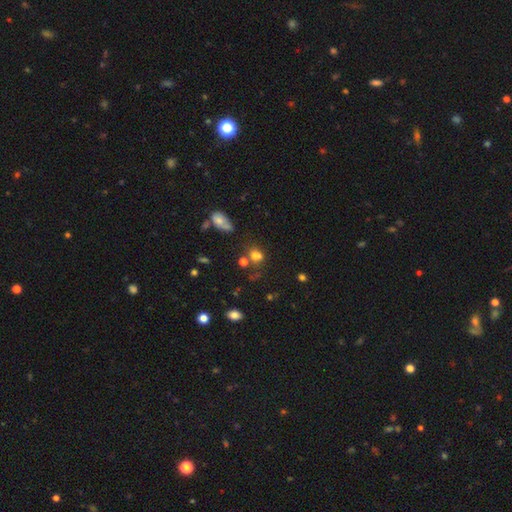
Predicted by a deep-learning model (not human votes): Smooth or featured? smooth (67%)
How rounded? round (57%)
Merging? none (42%)